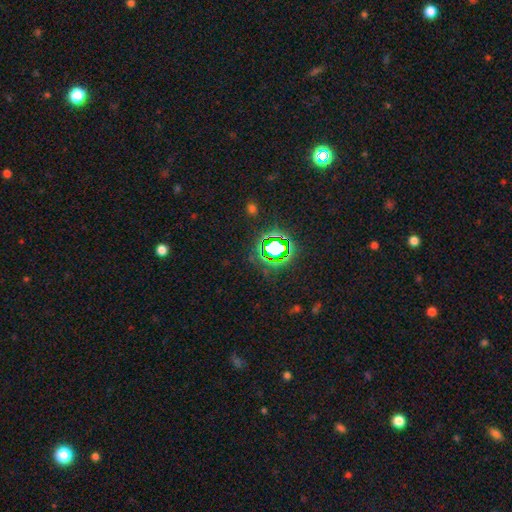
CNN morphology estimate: Q: Smooth or featured?
A: star or artifact (78%); runner-up: smooth (15%)